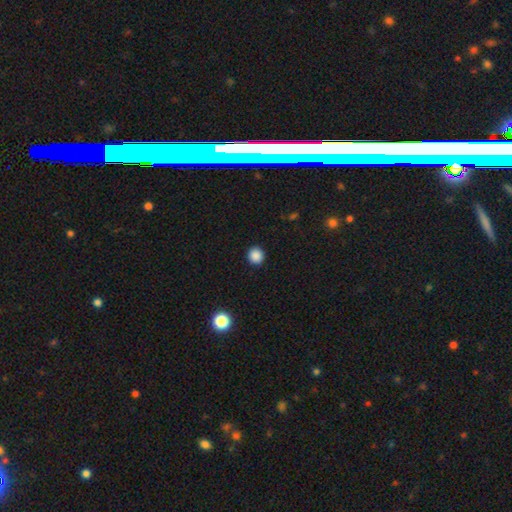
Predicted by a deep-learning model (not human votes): The model was most divided on "smooth or featured": smooth: 87%, star or artifact: 11%, featured or disk: 2%. More confident: how rounded — round (93%); merging — none (92%).